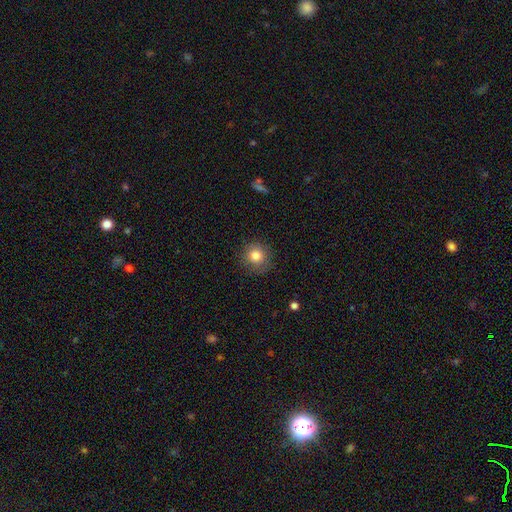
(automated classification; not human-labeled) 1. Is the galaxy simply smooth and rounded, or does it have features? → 81% smooth, 10% star or artifact, 8% featured or disk.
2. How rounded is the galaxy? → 92% round, 7% in between, 1% cigar-shaped.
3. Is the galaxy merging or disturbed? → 85% none, 11% minor disturbance, 3% major disturbance, 1% merger.